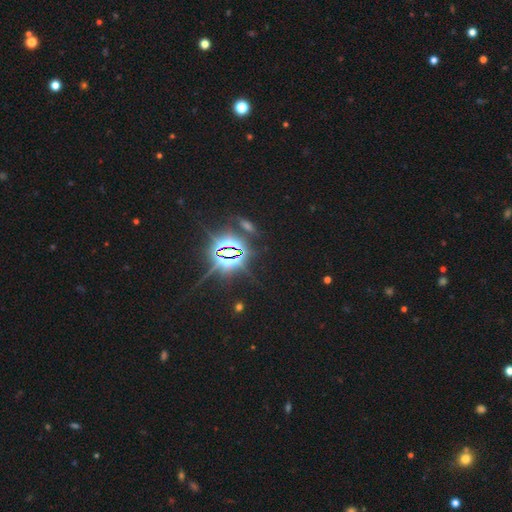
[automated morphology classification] Smooth or featured: star or artifact — 86% (smooth — 8%)